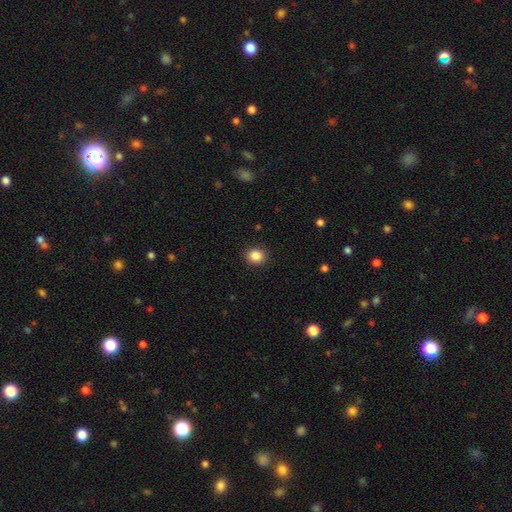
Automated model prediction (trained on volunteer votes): Smooth or featured? smooth (87%)
How rounded? round (75%)
Merging? none (91%)